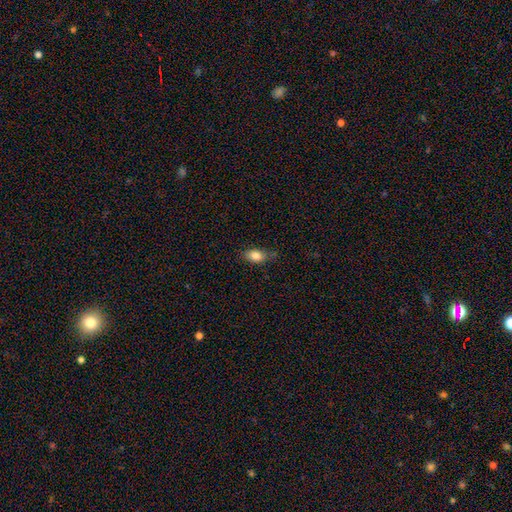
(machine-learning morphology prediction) A smooth galaxy with no disk features (84%) that is in between round and cigar-shaped (86%).

Vote fractions:
- Smooth or featured? smooth: 84% / star or artifact: 8% / featured or disk: 8%
- How rounded? in between: 86% / round: 9% / cigar-shaped: 5%
- Merging? none: 69% / minor disturbance: 24% / major disturbance: 5% / merger: 3%